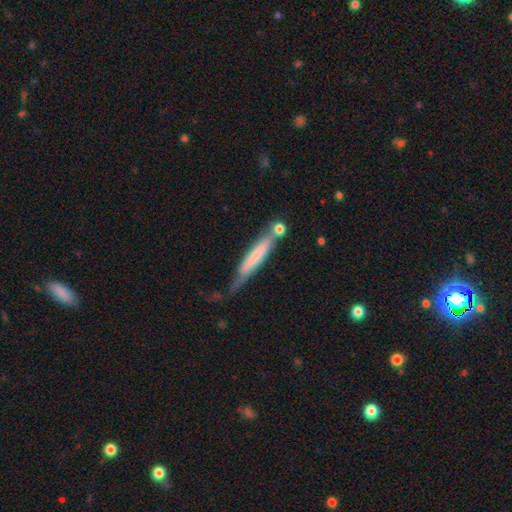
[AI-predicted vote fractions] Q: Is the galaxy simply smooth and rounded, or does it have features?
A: smooth — 56%.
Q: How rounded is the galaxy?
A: cigar-shaped — 93%.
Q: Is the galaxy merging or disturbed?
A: none — 54%.